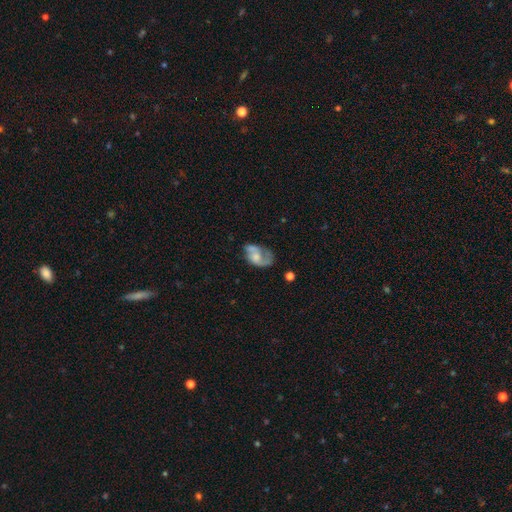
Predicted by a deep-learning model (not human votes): This appears to be a featured or disk galaxy (57%) with no bar (76%), spiral arms (62%) and a moderate central bulge (39%). Merging: major disturbance (33%).